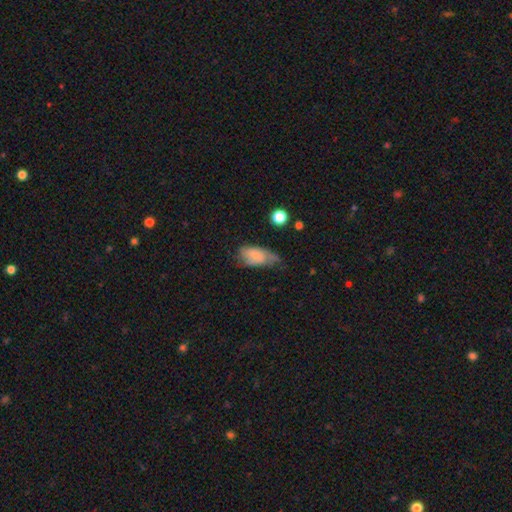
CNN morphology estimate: Smooth or featured? Predicted: smooth (p=0.65). How rounded? Predicted: in between (p=0.90). Merging? Predicted: minor disturbance (p=0.41).